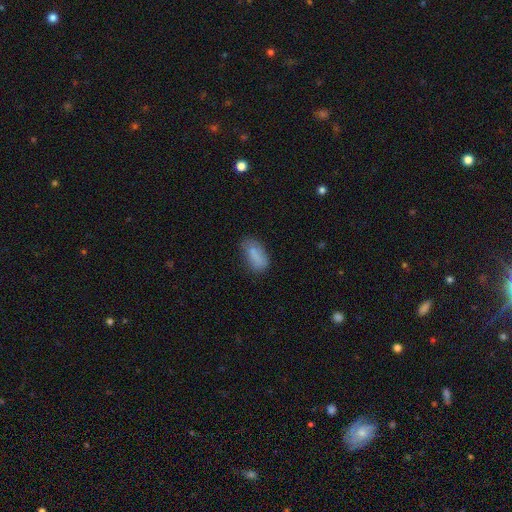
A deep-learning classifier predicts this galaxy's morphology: Smooth or featured? smooth (82%)
How rounded? in between (89%)
Merging? none (61%)